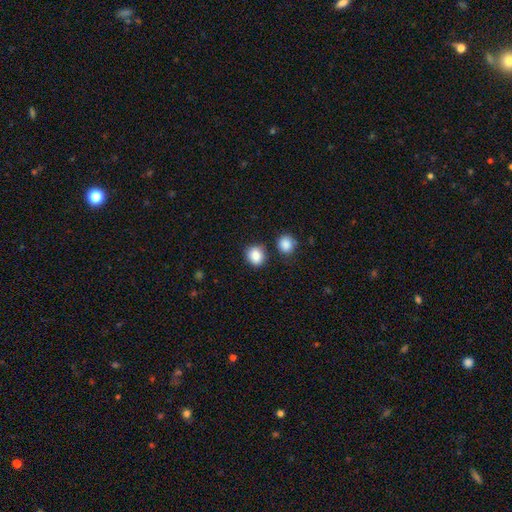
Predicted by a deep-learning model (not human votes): smooth_or_featured: smooth (p=0.86) [alt: star or artifact p=0.09]
how_rounded: round (p=0.77) [alt: in between p=0.22]
merging: none (p=0.80) [alt: minor disturbance p=0.10]